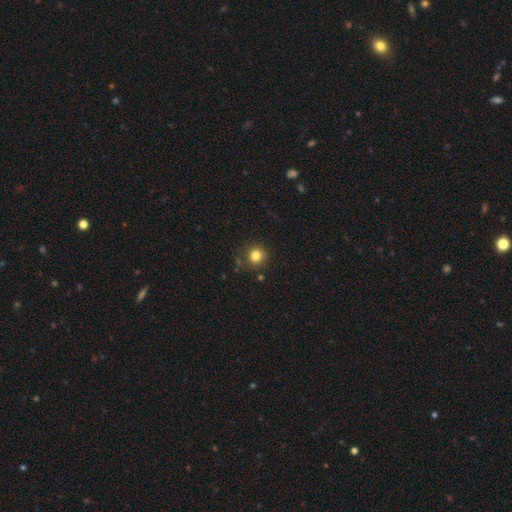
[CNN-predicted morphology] A smooth galaxy with no disk features (82%) that is round (93%).

Vote fractions:
- Smooth or featured? smooth: 82% / star or artifact: 13% / featured or disk: 6%
- How rounded? round: 93% / in between: 7% / cigar-shaped: 1%
- Merging? none: 85% / minor disturbance: 9% / merger: 3% / major disturbance: 3%